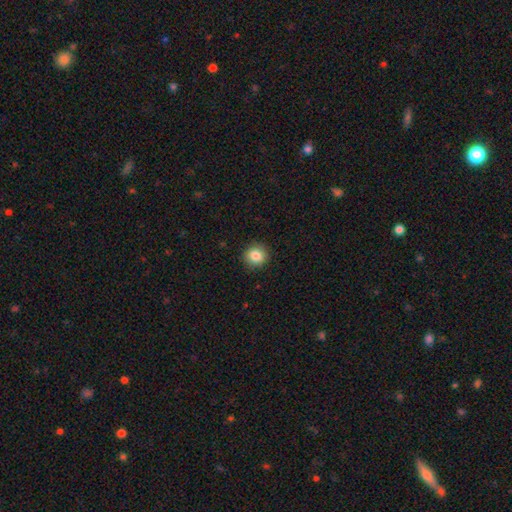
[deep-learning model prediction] Overall: smooth (85%). How rounded: round (89%). Merging: none (90%).